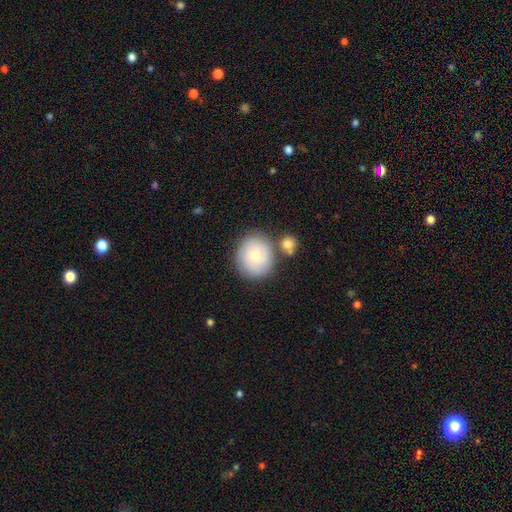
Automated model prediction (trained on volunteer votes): Smooth or featured? Predicted: smooth (p=0.70). How rounded? Predicted: round (p=0.85). Merging? Predicted: none (p=0.70).